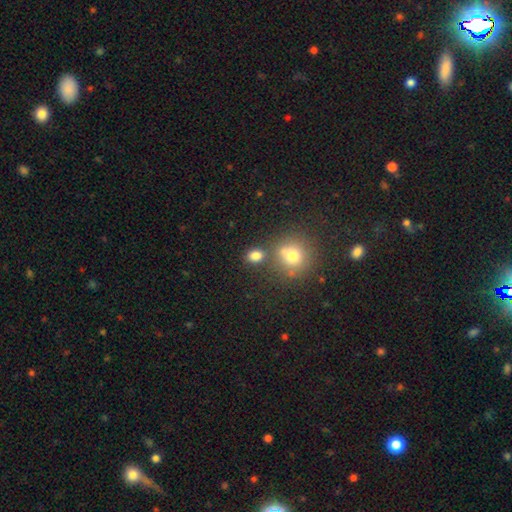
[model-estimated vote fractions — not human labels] A smooth galaxy with no disk features (80%) that is in between round and cigar-shaped (50%).

Vote fractions:
- Smooth or featured? smooth: 80% / star or artifact: 14% / featured or disk: 6%
- How rounded? in between: 50% / round: 49% / cigar-shaped: 2%
- Merging? none: 70% / merger: 15% / minor disturbance: 11% / major disturbance: 4%